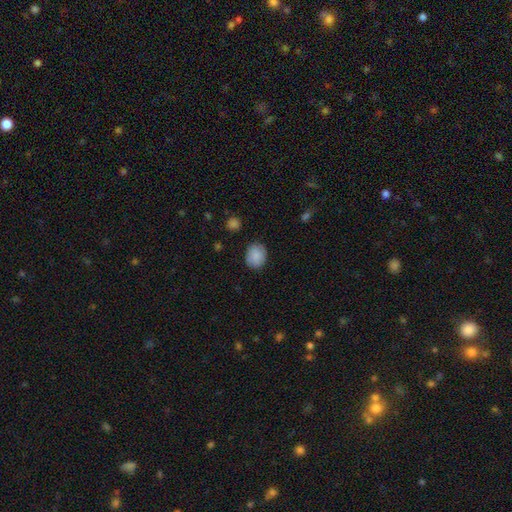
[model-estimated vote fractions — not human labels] Smooth or featured? smooth (87%)
How rounded? round (50%)
Merging? none (85%)